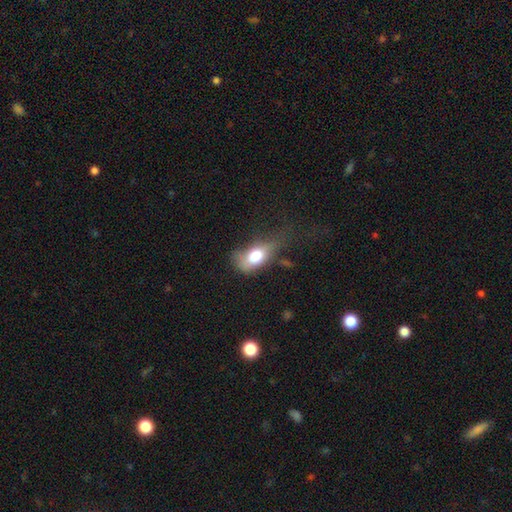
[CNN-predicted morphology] smooth_or_featured: smooth (p=0.72) [alt: featured or disk p=0.20]
how_rounded: in between (p=0.85) [alt: round p=0.12]
merging: major disturbance (p=0.38) [alt: minor disturbance p=0.34]